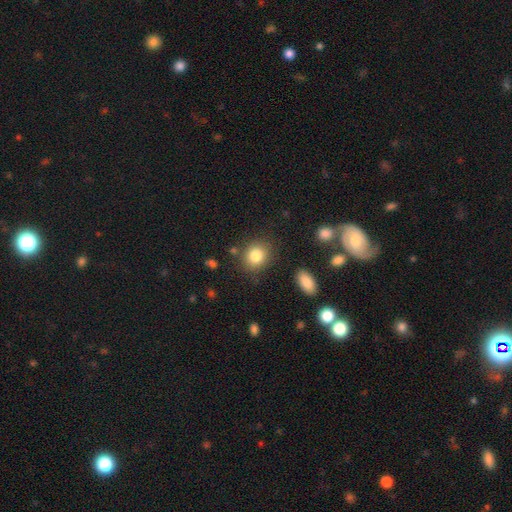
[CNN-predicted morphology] type=smooth (83%); roundness=round (65%); merging=none (81%).